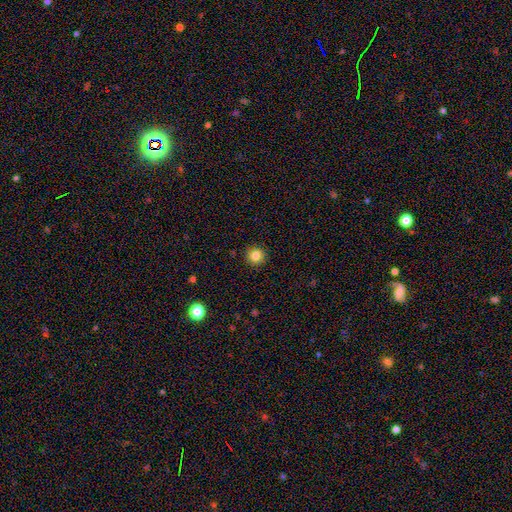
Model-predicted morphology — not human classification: type=smooth (83%); roundness=round (95%); merging=none (92%).